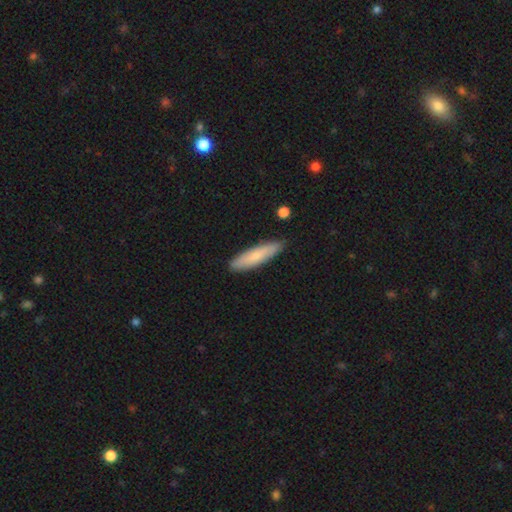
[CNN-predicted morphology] The model was most divided on "smooth or featured": smooth: 76%, featured or disk: 19%, star or artifact: 5%. More confident: merging — none (87%); how rounded — cigar-shaped (78%).